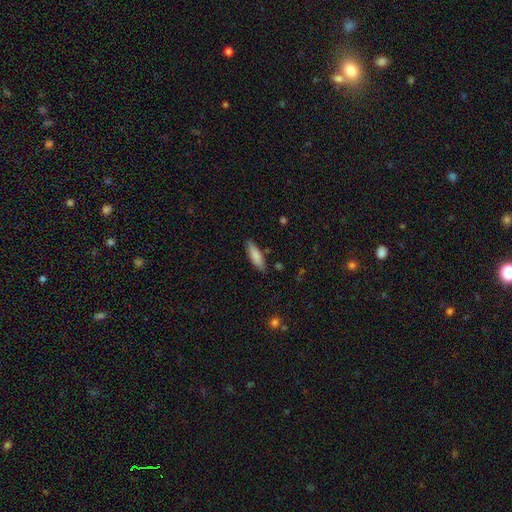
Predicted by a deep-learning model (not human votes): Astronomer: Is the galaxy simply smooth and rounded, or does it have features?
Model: smooth — 84%.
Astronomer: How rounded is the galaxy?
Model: cigar-shaped — 50% (runner-up: in between, 48%).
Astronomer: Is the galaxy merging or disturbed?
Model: none — 83%.